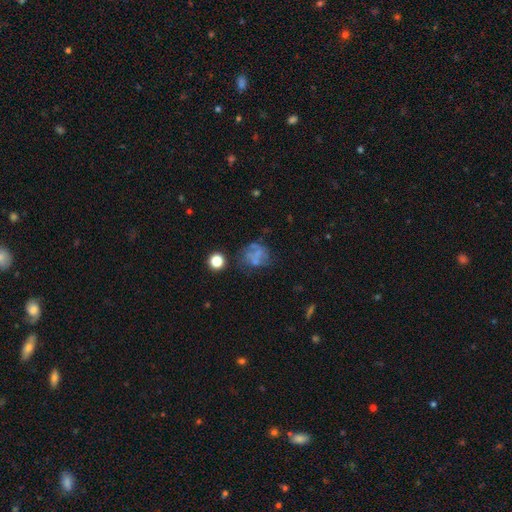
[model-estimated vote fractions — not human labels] Smooth or featured: featured or disk — 42% (smooth — 40%)
Merging: none — 44% (major disturbance — 25%)